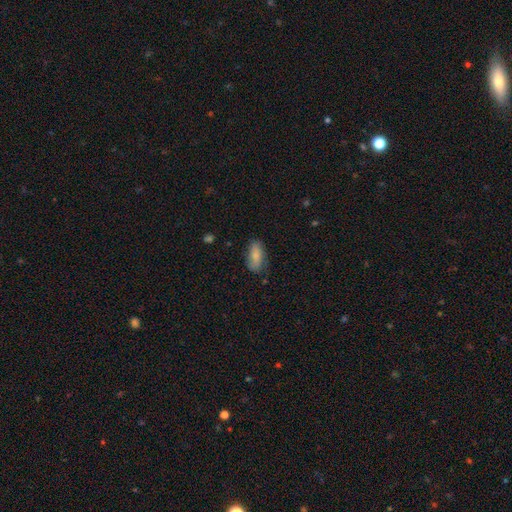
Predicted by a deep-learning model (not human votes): This appears to be a smooth galaxy with no disk features (82%) that is in between round and cigar-shaped (85%). Merging: none (72%).